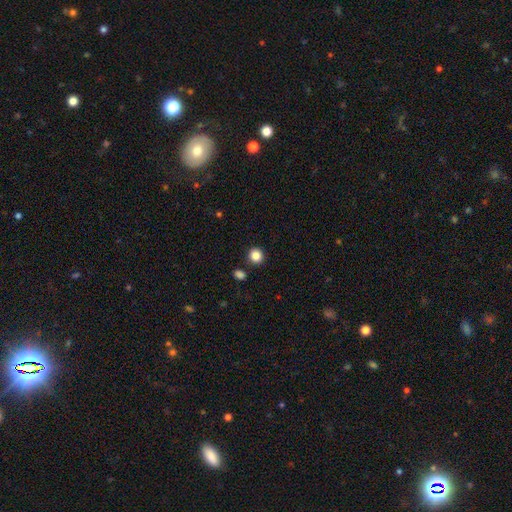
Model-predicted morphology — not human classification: The model was most divided on "smooth or featured": smooth: 86%, star or artifact: 10%, featured or disk: 4%. More confident: how rounded — round (89%); merging — none (87%).